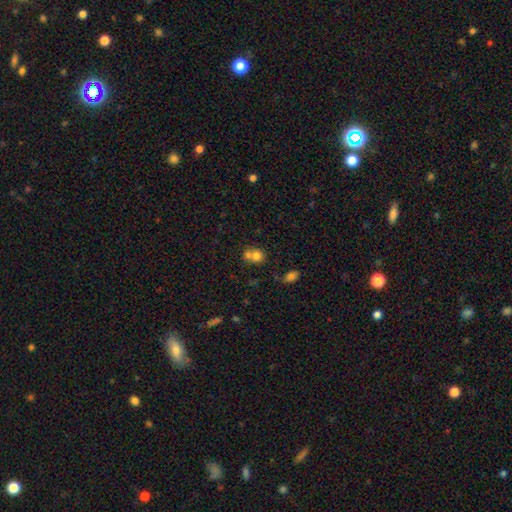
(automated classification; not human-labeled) Smooth or featured?
  - smooth: 75% *
  - featured or disk: 13%
  - star or artifact: 12%
How rounded?
  - round: 74% *
  - in between: 25%
  - cigar-shaped: 1%
Merging?
  - merger: 54% *
  - none: 35%
  - minor disturbance: 8%
  - major disturbance: 4%